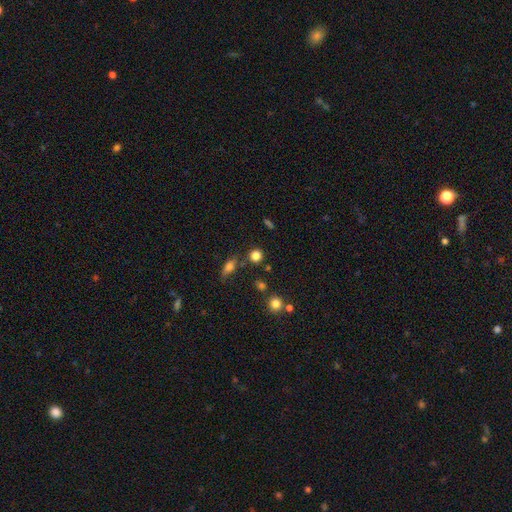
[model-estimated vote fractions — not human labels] A smooth galaxy with no disk features (81%) that is round (85%). Merging: none (77%).